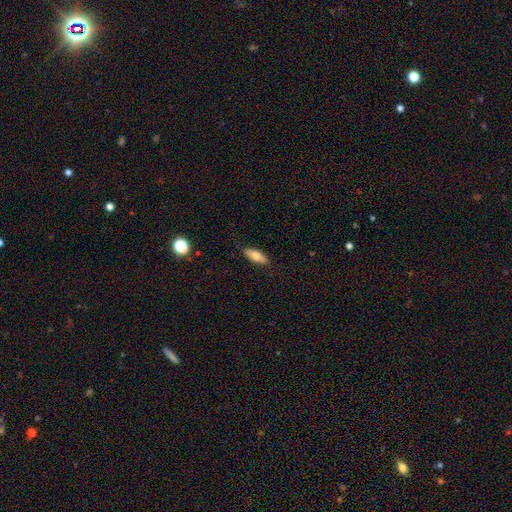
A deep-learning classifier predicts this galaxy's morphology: This appears to be a smooth galaxy with no disk features (72%) that is in between round and cigar-shaped (73%). Merging: none (86%).